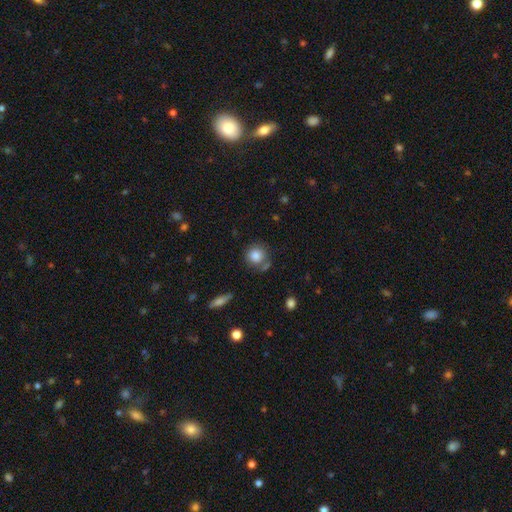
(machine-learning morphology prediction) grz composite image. It shows a smooth galaxy with no disk features (83%) that is round (90%). Merging: none (71%).